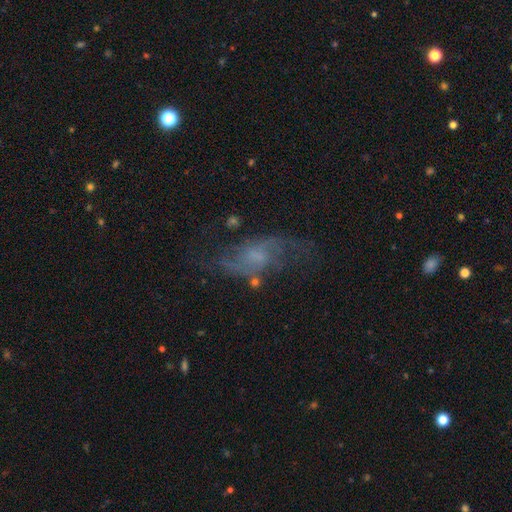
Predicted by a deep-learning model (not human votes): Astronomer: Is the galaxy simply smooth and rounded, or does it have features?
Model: featured or disk — 69%.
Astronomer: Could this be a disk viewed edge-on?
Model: no — 93%.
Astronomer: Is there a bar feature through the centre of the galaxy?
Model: no — 56% (runner-up: weak, 38%).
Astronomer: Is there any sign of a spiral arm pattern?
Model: yes — 83%.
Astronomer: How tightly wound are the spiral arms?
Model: loose — 56% (runner-up: medium, 34%).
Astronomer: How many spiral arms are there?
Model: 2 — 78%.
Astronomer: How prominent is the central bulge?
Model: small — 41% (runner-up: none, 31%).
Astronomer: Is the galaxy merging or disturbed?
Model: none — 57%.